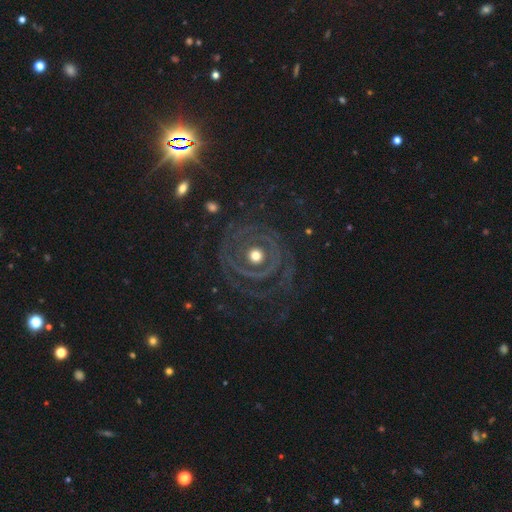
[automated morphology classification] This appears to be a featured or disk galaxy (78%) with no bar (84%), tight (66%) spiral arms (76%) and a moderate central bulge (70%). Merging: none (70%).